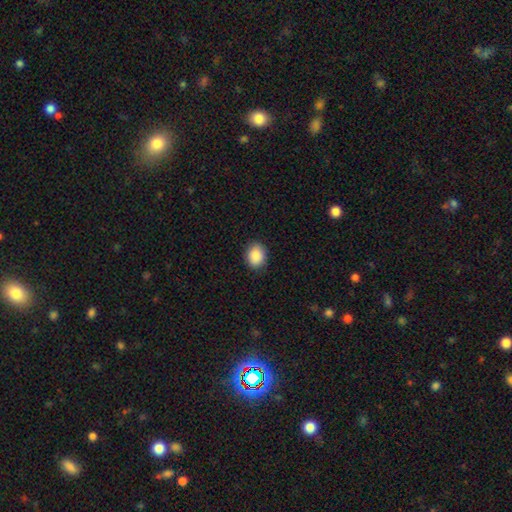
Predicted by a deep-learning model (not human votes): Smooth or featured? Predicted: smooth (p=0.90). How rounded? Predicted: in between (p=0.50). Merging? Predicted: none (p=0.88).